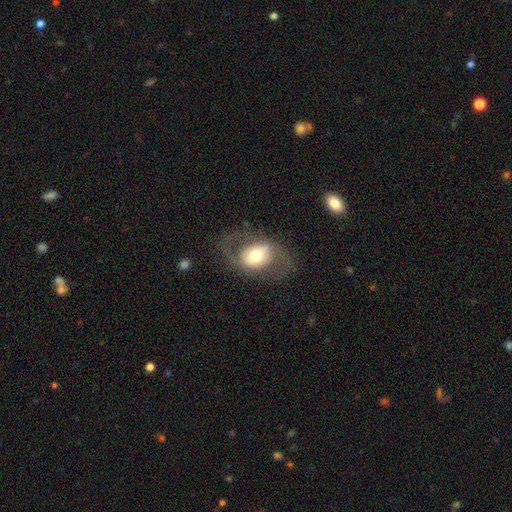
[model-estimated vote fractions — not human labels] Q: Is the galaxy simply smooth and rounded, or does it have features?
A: featured or disk — 53%.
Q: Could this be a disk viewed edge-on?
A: no — 93%.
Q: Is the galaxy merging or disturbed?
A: none — 66%.